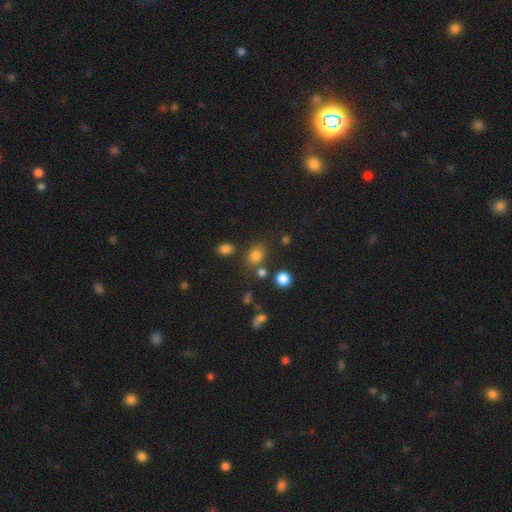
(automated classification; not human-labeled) Smooth or featured? Predicted: smooth (p=0.78). How rounded? Predicted: round (p=0.51). Merging? Predicted: none (p=0.71).